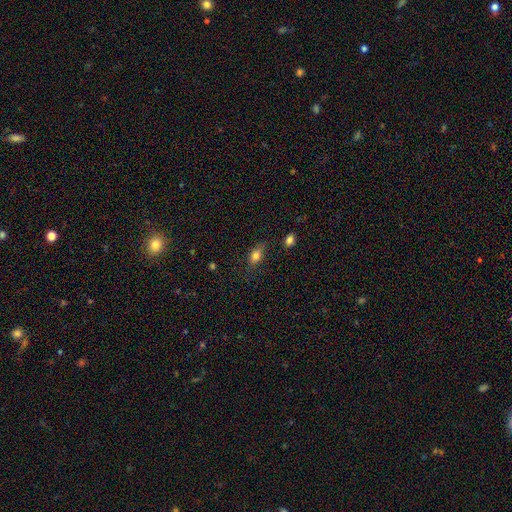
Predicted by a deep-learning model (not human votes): This is likely a smooth galaxy (76%). How rounded: likely in between (79%). Merging: likely none (68%).